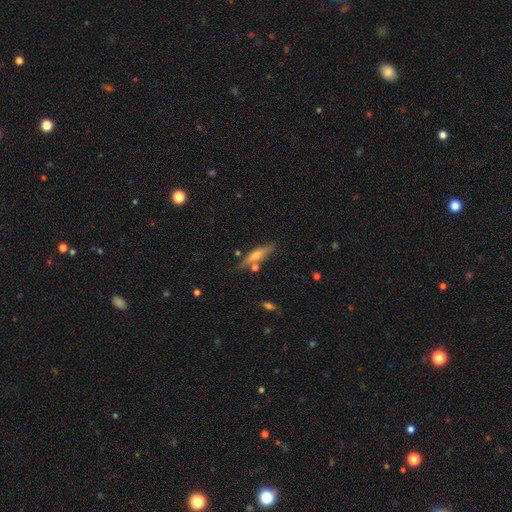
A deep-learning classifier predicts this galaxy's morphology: A featured or disk galaxy (53%) viewed edge-on (90%).

Vote fractions:
- Smooth or featured? featured or disk: 53% / smooth: 39% / star or artifact: 8%
- Edge-on disk? yes: 90% / no: 10%
- Merging? none: 77% / minor disturbance: 13% / merger: 7% / major disturbance: 3%